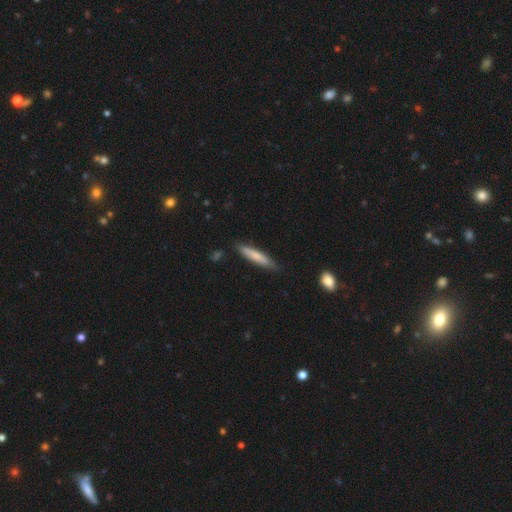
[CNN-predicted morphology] type=smooth (71%); roundness=cigar-shaped (89%); merging=none (80%).